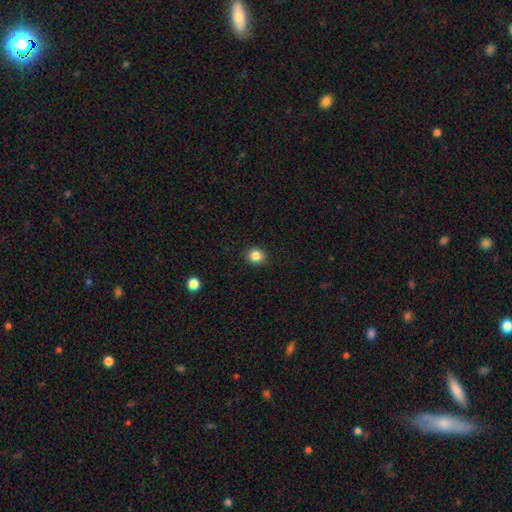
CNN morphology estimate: Smooth or featured: smooth — 84% (star or artifact — 11%)
How rounded: round — 82% (in between — 17%)
Merging: none — 91% (minor disturbance — 6%)